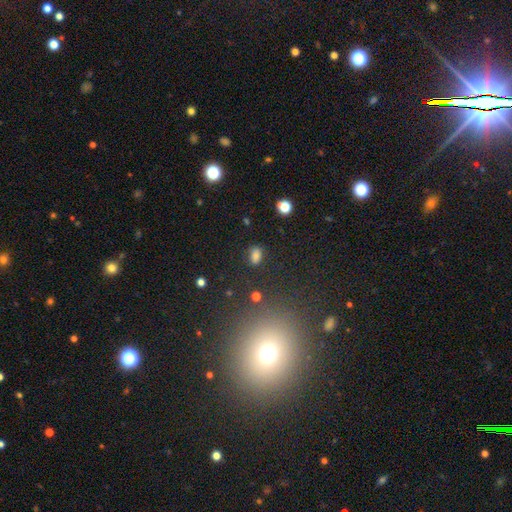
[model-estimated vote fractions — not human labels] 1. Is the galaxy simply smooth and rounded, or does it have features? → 80% smooth, 14% star or artifact, 7% featured or disk.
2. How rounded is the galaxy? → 83% in between, 15% round, 2% cigar-shaped.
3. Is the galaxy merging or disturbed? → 78% none, 14% minor disturbance, 4% major disturbance, 4% merger.